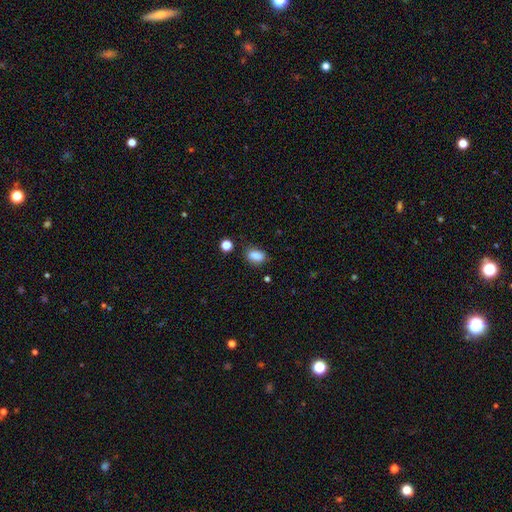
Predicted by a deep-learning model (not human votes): A smooth galaxy with no disk features (86%) that is in between round and cigar-shaped (81%).

Vote fractions:
- Smooth or featured? smooth: 86% / star or artifact: 10% / featured or disk: 4%
- How rounded? in between: 81% / round: 17% / cigar-shaped: 2%
- Merging? none: 73% / minor disturbance: 19% / major disturbance: 5% / merger: 4%